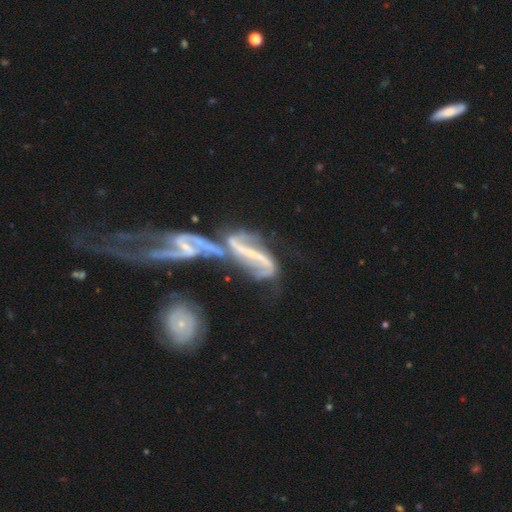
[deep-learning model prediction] smooth-or-featured: featured or disk: 84% | star or artifact: 8% | smooth: 8%
  disk-edge-on: no: 91% | yes: 9%
    bar: strong: 55% | weak: 27% | no: 18%
    has-spiral-arms: yes: 90% | no: 10%
      spiral-winding: loose: 66% | medium: 24% | tight: 10%
      spiral-arm-count: 2: 86% | can't tell: 6% | 1: 4% | 3: 2% | 4: 1% | more than 4: 1%
    bulge-size: small: 53% | none: 31% | moderate: 13% | large: 2% | dominant: 1%
  merging: merger: 62% | major disturbance: 15% | none: 14% | minor disturbance: 9%